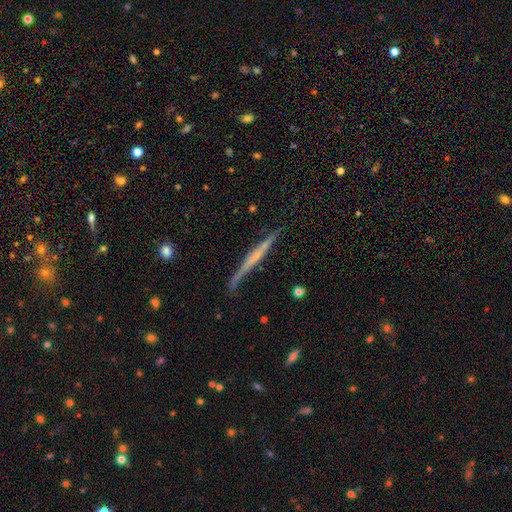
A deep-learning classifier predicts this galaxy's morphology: Overall: featured or disk (64%; smooth 30%). Edge-on disk: yes (95%). Edge-on bulge: none (63%; rounded 25%). Merging: none (72%).